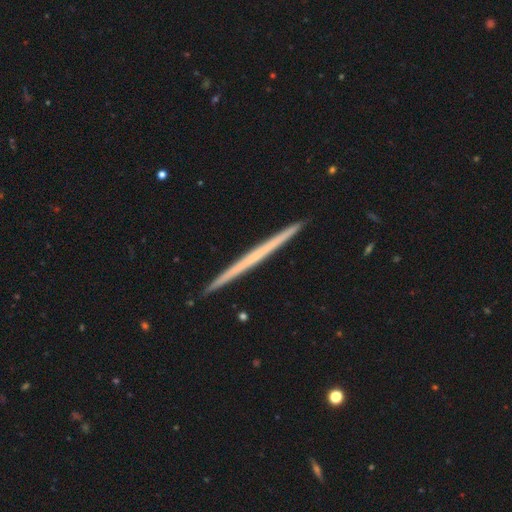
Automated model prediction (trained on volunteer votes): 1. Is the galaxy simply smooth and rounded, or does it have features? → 63% featured or disk, 32% smooth, 6% star or artifact.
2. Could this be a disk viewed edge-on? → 98% yes, 2% no.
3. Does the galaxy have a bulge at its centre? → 91% none, 7% rounded, 3% boxy.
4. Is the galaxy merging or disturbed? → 93% none, 5% minor disturbance, 1% merger, 1% major disturbance.